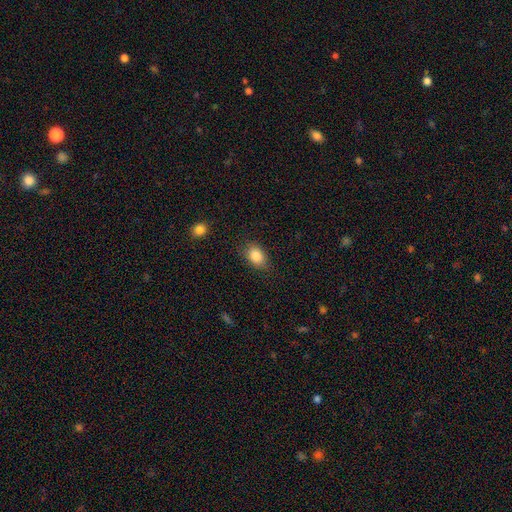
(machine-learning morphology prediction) Smooth or featured? smooth (85%)
How rounded? in between (79%)
Merging? none (81%)